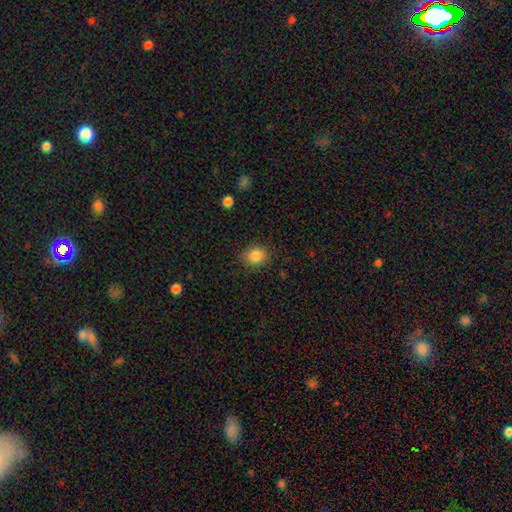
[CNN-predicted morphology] smooth-or-featured: smooth: 85% | star or artifact: 10% | featured or disk: 5%
  how-rounded: round: 70% | in between: 29% | cigar-shaped: 1%
  merging: none: 88% | minor disturbance: 9% | major disturbance: 3% | merger: 1%